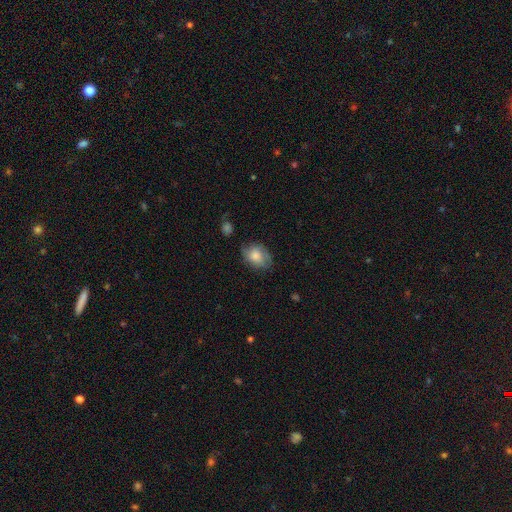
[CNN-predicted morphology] Overall: smooth (70%). How rounded: in between (70%). Merging: none (65%; minor disturbance 26%).